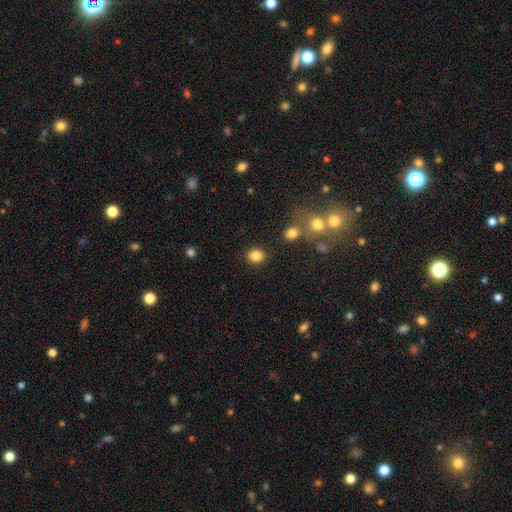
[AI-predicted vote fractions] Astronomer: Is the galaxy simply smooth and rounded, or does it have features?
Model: smooth — 85%.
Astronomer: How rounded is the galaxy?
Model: round — 63%.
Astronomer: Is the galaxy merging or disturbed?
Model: none — 85%.